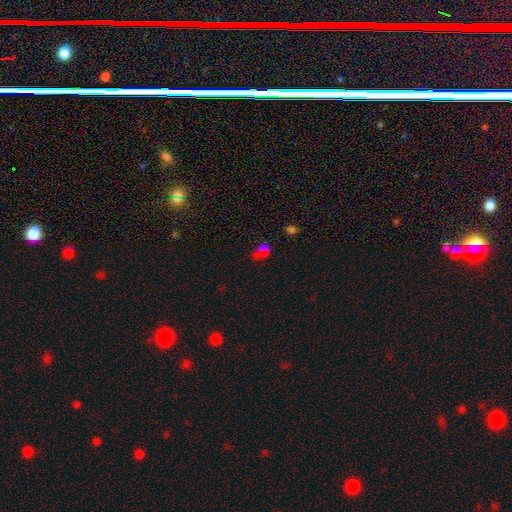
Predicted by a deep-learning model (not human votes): Smooth or featured? smooth (45%)
Merging? none (57%)